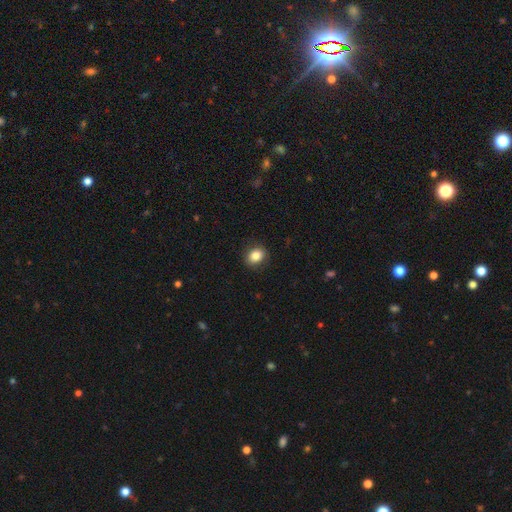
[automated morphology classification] A smooth galaxy with no disk features (84%) that is round (54%).

Vote fractions:
- Smooth or featured? smooth: 84% / star or artifact: 10% / featured or disk: 6%
- How rounded? round: 54% / in between: 45% / cigar-shaped: 1%
- Merging? none: 88% / minor disturbance: 9% / major disturbance: 2% / merger: 1%